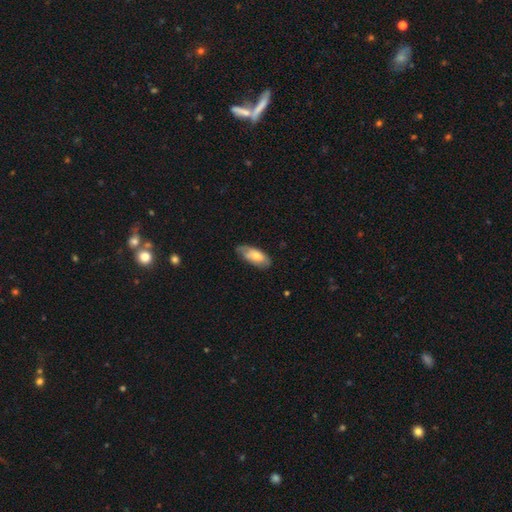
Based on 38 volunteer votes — Smooth or featured?
  - smooth: 47% * (tied)
  - featured or disk: 47% * (tied)
  - star or artifact: 5%
How rounded?
  - in between: 89% *
  - round: 6%
  - cigar-shaped: 6%
Merging?
  - none: 47% *
  - minor disturbance: 39%
  - major disturbance: 11%
  - merger: 3%